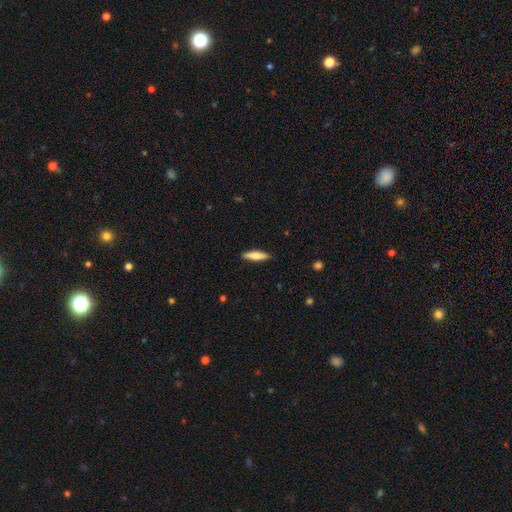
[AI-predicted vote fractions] Q: Smooth or featured?
A: smooth (70%); runner-up: featured or disk (24%)
Q: How rounded?
A: cigar-shaped (72%); runner-up: in between (27%)
Q: Merging?
A: none (90%); runner-up: minor disturbance (8%)